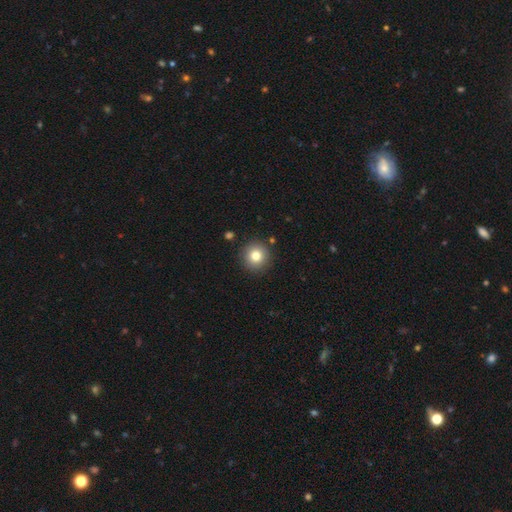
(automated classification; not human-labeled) smooth_or_featured: smooth (p=0.79) [alt: star or artifact p=0.11]
how_rounded: round (p=0.95) [alt: in between p=0.04]
merging: none (p=0.90) [alt: minor disturbance p=0.06]